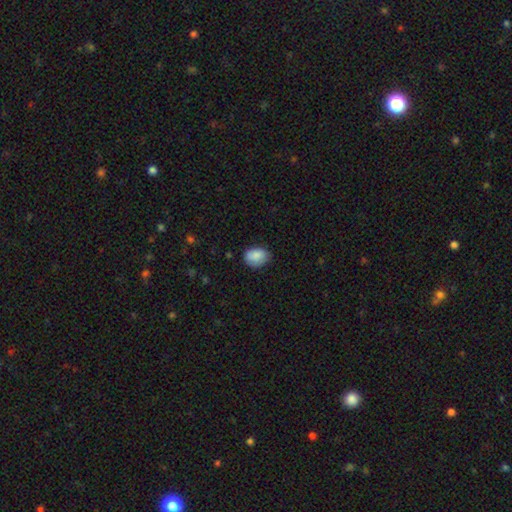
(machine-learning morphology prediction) A smooth galaxy with no disk features (85%) that is in between round and cigar-shaped (74%). Merging: none (73%).